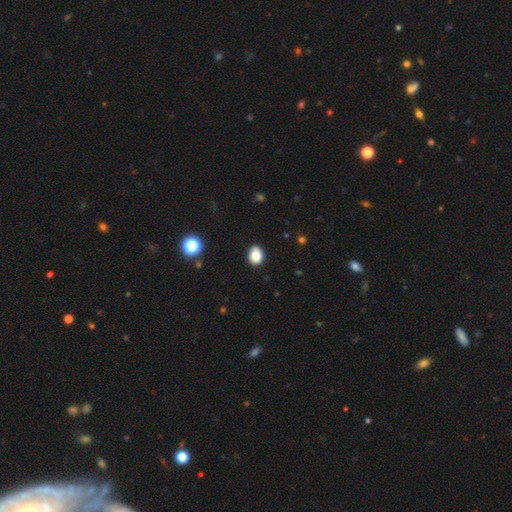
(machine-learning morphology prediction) smooth 86%, star or artifact 10%, featured or disk 4%. Down the decision tree: how rounded — in between (56%); merging — none (82%).